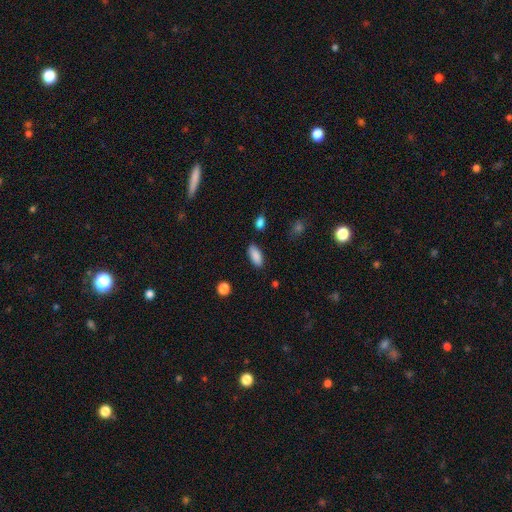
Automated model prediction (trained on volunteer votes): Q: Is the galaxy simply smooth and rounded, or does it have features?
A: smooth — 89%.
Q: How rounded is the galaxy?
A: in between — 86%.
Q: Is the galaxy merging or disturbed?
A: none — 86%.